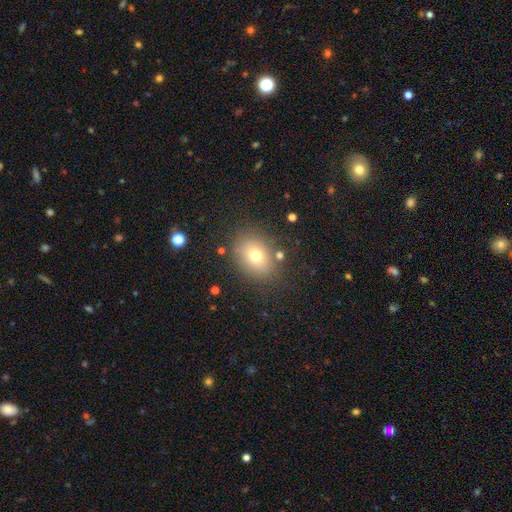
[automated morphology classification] Smooth or featured?
  - smooth: 72% *
  - star or artifact: 14%
  - featured or disk: 14%
How rounded?
  - in between: 52% *
  - round: 47%
  - cigar-shaped: 1%
Merging?
  - none: 81% *
  - minor disturbance: 11%
  - major disturbance: 5%
  - merger: 4%